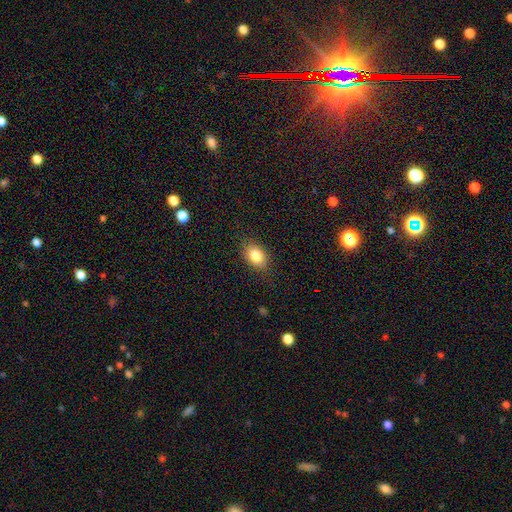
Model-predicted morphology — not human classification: Smooth or featured: smooth — 83% (featured or disk — 9%)
How rounded: in between — 80% (round — 19%)
Merging: none — 83% (minor disturbance — 13%)